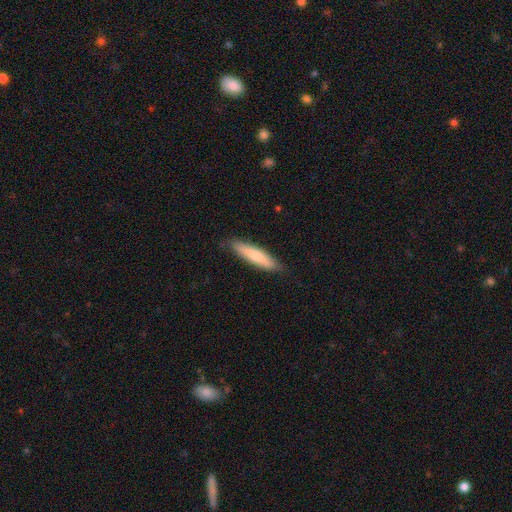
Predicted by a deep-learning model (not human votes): A smooth galaxy with no disk features (75%) that is cigar-shaped (82%).

Vote fractions:
- Smooth or featured? smooth: 75% / featured or disk: 20% / star or artifact: 5%
- How rounded? cigar-shaped: 82% / in between: 17% / round: 1%
- Merging? none: 85% / minor disturbance: 12% / major disturbance: 2% / merger: 1%